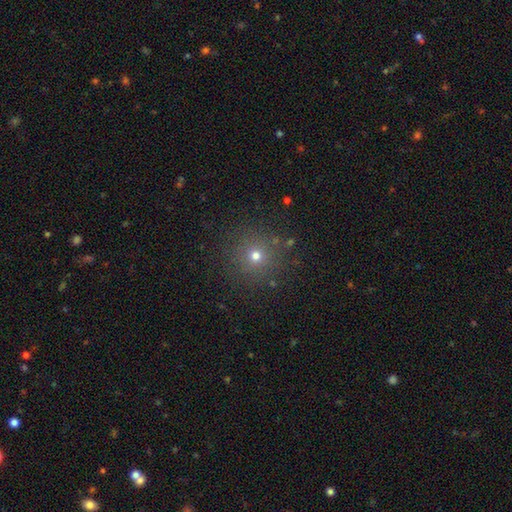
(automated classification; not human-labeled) Smooth or featured? smooth (69%)
How rounded? round (93%)
Merging? none (86%)